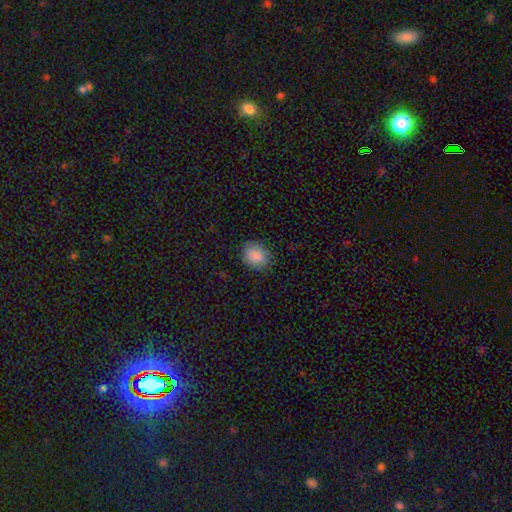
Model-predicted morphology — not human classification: Q: Smooth or featured?
A: smooth (86%); runner-up: star or artifact (8%)
Q: How rounded?
A: round (53%); runner-up: in between (46%)
Q: Merging?
A: none (83%); runner-up: minor disturbance (12%)